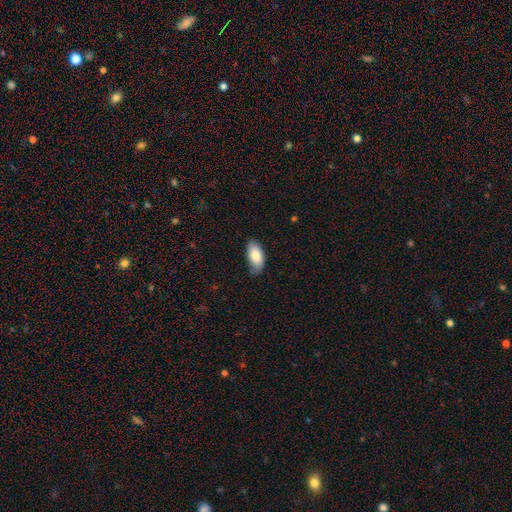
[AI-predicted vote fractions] A smooth galaxy with no disk features (83%) that is in between round and cigar-shaped (93%). Merging: none (68%).